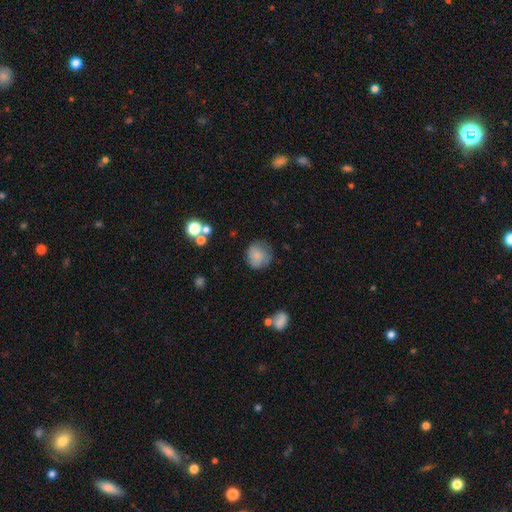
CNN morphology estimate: type=smooth (78%); roundness=round (85%); merging=none (64%).